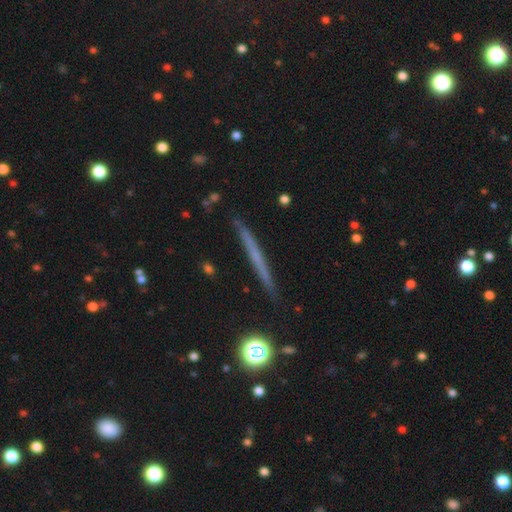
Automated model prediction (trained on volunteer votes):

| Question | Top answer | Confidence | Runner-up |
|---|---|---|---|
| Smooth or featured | featured or disk | 51% | smooth (41%) |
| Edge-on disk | yes | 97% | no (3%) |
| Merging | none | 91% | minor disturbance (7%) |